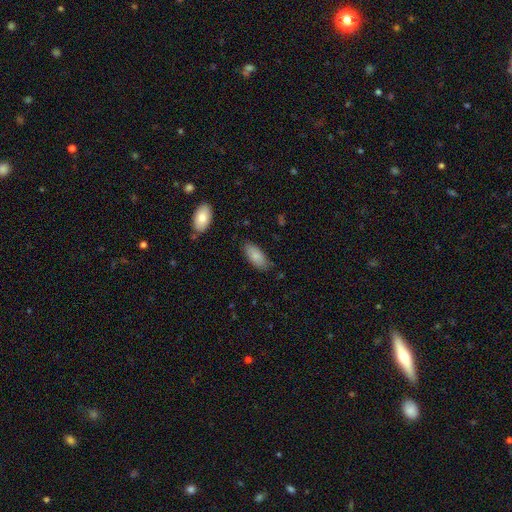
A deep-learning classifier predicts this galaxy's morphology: This appears to be a smooth galaxy with no disk features (85%) that is in between round and cigar-shaped (88%). Merging: none (78%).